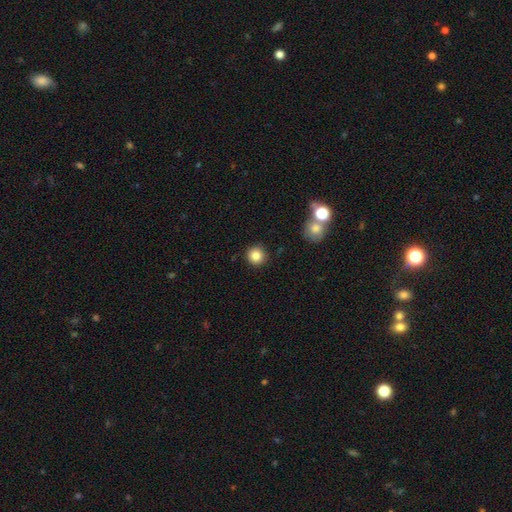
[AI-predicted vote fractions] Overall: smooth (84%). How rounded: round (94%). Merging: none (89%).